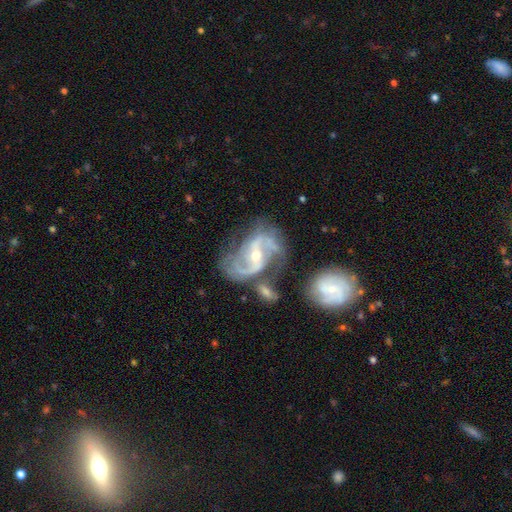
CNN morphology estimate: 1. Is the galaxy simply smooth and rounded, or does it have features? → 91% featured or disk, 5% star or artifact, 4% smooth.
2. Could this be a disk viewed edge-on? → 97% no, 3% yes.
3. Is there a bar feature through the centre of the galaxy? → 38% weak, 35% strong, 27% no.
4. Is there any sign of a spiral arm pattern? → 97% yes, 3% no.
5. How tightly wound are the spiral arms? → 51% medium, 31% loose, 17% tight.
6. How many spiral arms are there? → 84% 2, 6% 3, 5% can't tell, 2% 1, 2% 4, 2% more than 4.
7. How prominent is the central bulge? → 57% small, 40% moderate, 1% large, 1% none, 1% dominant.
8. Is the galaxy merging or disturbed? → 45% none, 23% merger, 19% minor disturbance, 13% major disturbance.